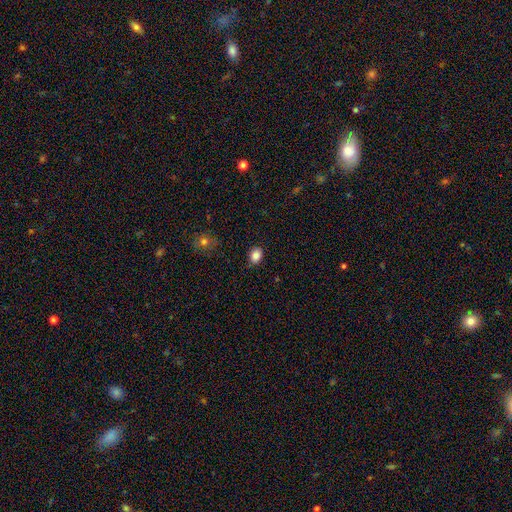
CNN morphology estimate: This is clearly a smooth galaxy (85%). How rounded: possibly in between (59%). Merging: clearly none (85%).